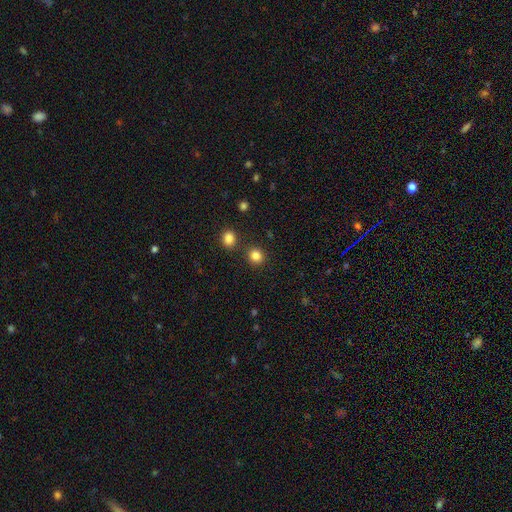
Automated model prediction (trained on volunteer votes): smooth 84%, star or artifact 12%, featured or disk 4%. Down the decision tree: how rounded — round (87%); merging — none (85%).